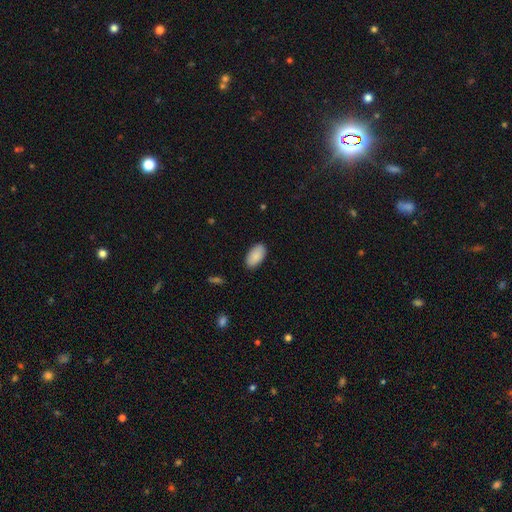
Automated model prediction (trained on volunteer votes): This is clearly a smooth galaxy (89%). How rounded: clearly in between (95%). Merging: clearly none (88%).